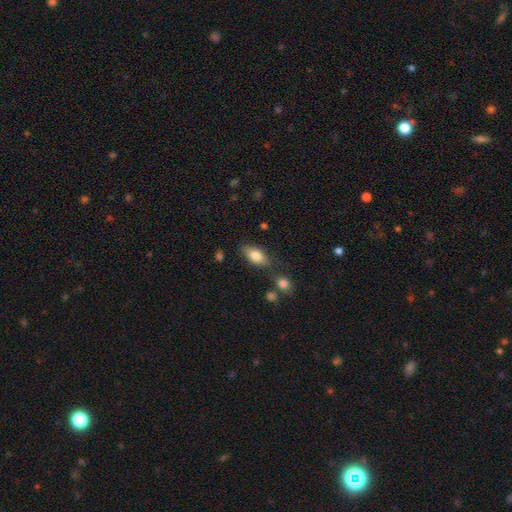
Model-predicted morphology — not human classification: The model was most divided on "merging": none: 72%, minor disturbance: 16%, merger: 7%, major disturbance: 5%. More confident: how rounded — in between (87%); smooth or featured — smooth (79%).